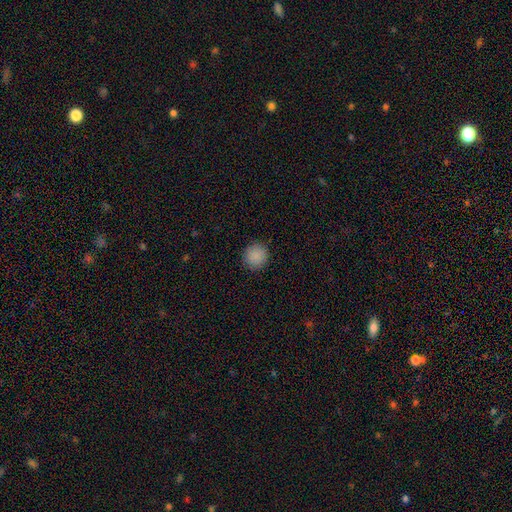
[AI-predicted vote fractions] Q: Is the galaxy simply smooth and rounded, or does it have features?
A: smooth — 88%.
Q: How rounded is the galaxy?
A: round — 92%.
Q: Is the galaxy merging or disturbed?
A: none — 91%.